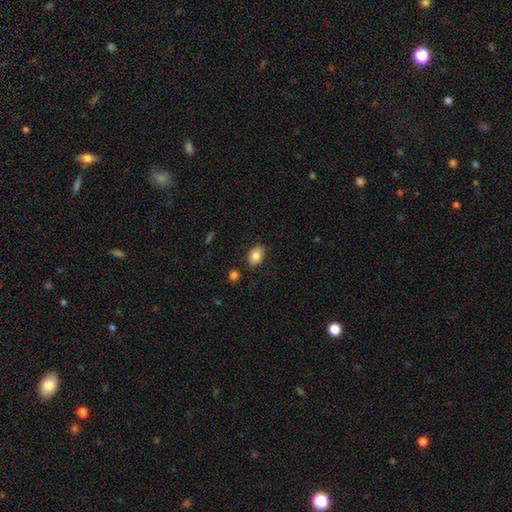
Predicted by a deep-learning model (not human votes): Q: Smooth or featured?
A: smooth (84%); runner-up: featured or disk (8%)
Q: How rounded?
A: in between (81%); runner-up: round (18%)
Q: Merging?
A: none (86%); runner-up: minor disturbance (10%)